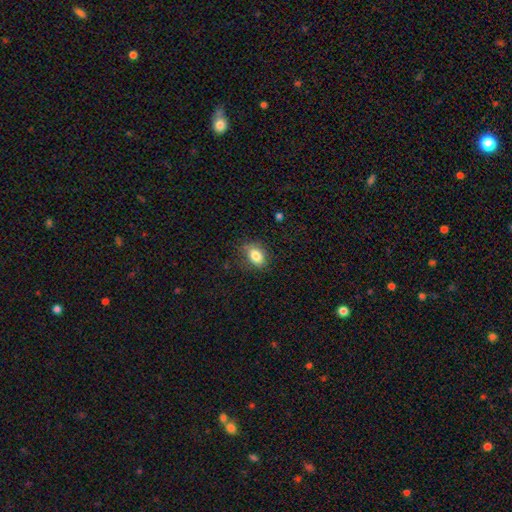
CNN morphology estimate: type=smooth (82%); roundness=in between (80%); merging=none (75%).